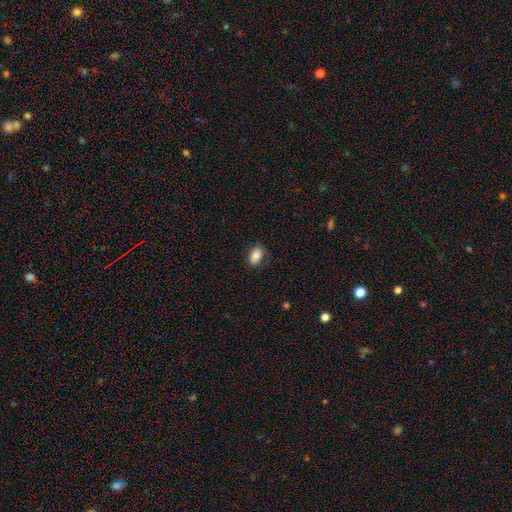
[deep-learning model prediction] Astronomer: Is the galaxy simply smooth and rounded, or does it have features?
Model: smooth — 82%.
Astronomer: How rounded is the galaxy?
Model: in between — 89%.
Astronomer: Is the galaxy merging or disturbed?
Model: none — 82%.